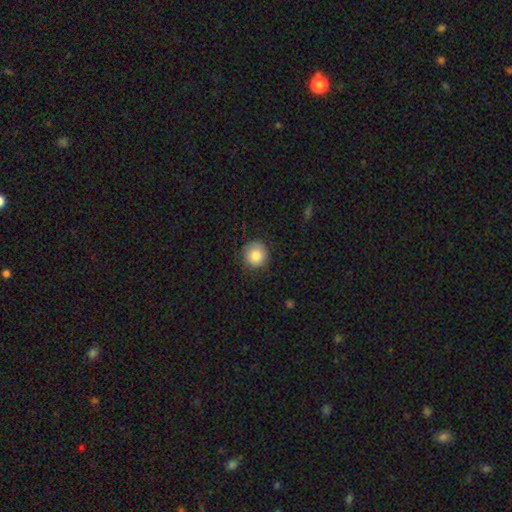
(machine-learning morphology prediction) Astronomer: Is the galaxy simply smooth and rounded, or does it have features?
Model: smooth — 85%.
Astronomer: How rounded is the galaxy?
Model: round — 93%.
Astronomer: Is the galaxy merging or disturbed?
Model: none — 83%.